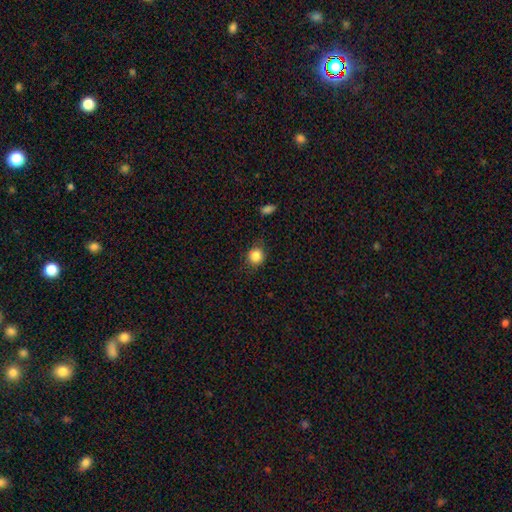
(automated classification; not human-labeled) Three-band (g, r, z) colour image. It shows a smooth galaxy with no disk features (85%) that is round (83%). Merging: none (81%).